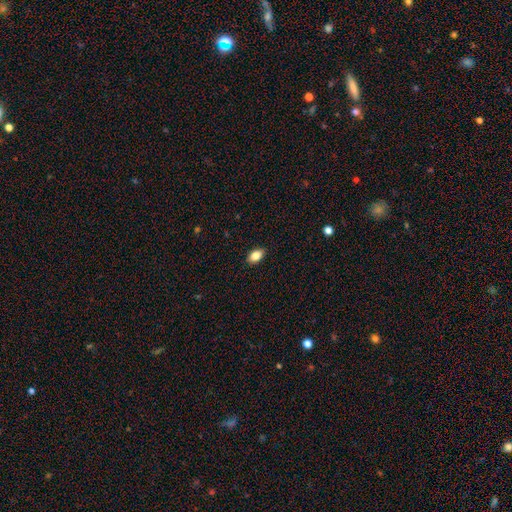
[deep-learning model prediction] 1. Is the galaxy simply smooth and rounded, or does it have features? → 83% smooth, 8% featured or disk, 8% star or artifact.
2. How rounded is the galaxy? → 89% in between, 8% round, 3% cigar-shaped.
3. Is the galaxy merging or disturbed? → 89% none, 9% minor disturbance, 2% major disturbance, 1% merger.